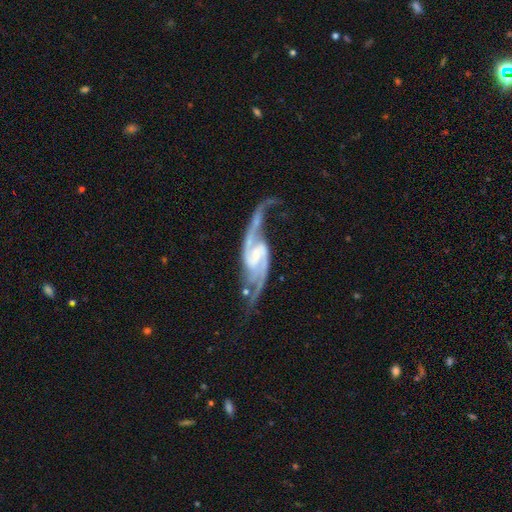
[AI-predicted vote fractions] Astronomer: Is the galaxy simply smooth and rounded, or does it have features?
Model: featured or disk — 93%.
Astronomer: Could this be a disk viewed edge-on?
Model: no — 96%.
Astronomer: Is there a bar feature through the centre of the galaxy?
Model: weak — 47% (runner-up: strong, 29%).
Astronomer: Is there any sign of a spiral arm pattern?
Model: yes — 98%.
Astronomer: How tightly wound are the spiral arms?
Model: loose — 53% (runner-up: medium, 37%).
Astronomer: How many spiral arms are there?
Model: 2 — 92%.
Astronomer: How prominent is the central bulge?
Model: small — 57%.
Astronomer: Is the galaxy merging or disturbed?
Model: none — 59%.